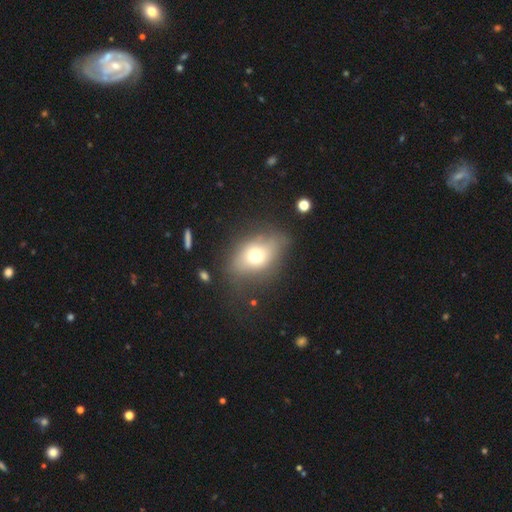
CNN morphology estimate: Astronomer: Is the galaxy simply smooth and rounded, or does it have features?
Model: smooth — 66%.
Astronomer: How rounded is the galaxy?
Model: in between — 72%.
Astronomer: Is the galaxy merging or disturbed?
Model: none — 65%.